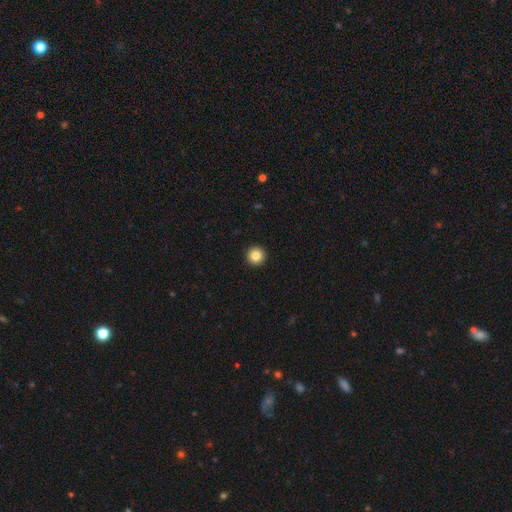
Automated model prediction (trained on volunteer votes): The model was most divided on "smooth or featured": smooth: 84%, star or artifact: 10%, featured or disk: 6%. More confident: how rounded — round (97%); merging — none (94%).